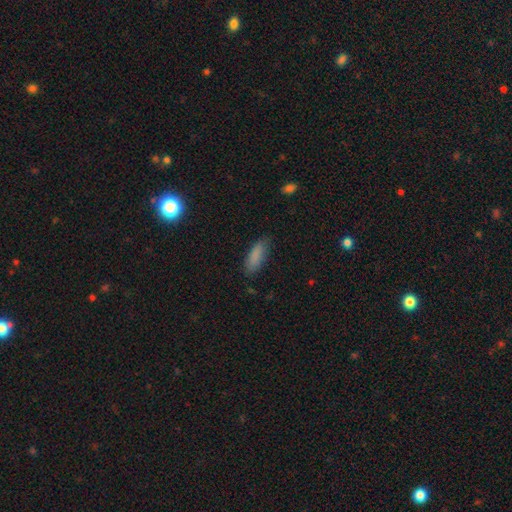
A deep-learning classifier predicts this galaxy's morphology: Overall: smooth (86%). How rounded: in between (66%; cigar-shaped 33%). Merging: none (79%).